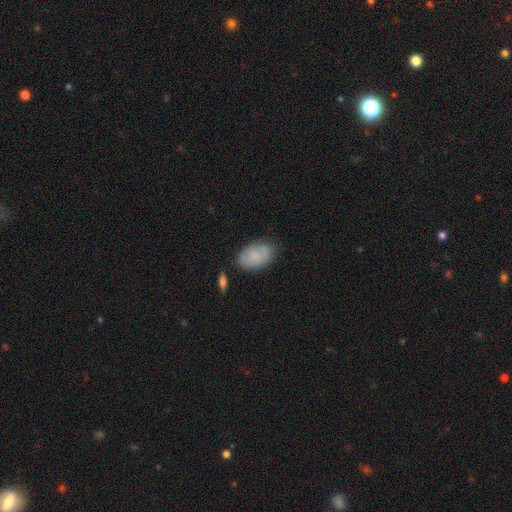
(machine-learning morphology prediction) This appears to be a smooth galaxy with no disk features (79%) that is in between round and cigar-shaped (91%). Merging: none (72%).